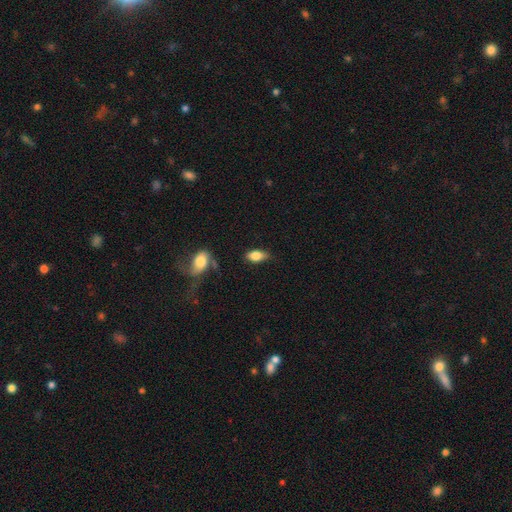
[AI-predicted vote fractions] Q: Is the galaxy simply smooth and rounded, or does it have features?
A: smooth — 80%.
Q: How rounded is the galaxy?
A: in between — 88%.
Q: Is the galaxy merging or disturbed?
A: none — 72%.